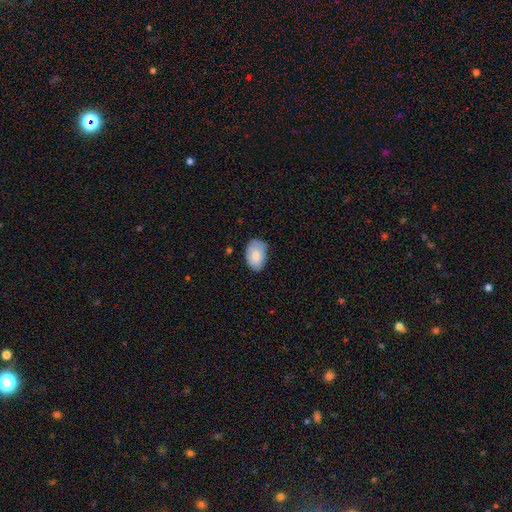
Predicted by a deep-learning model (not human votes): A smooth galaxy with no disk features (82%) that is in between round and cigar-shaped (89%). Merging: none (71%).